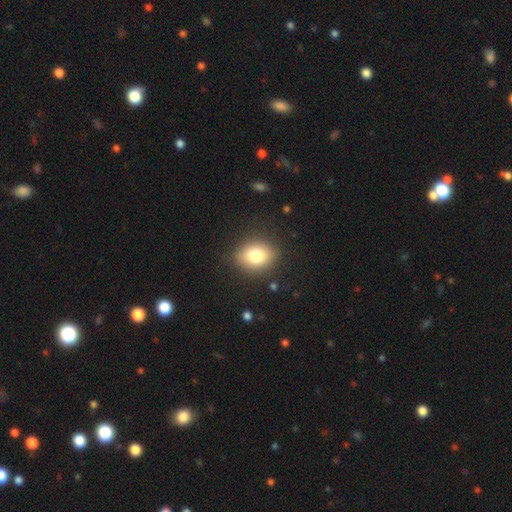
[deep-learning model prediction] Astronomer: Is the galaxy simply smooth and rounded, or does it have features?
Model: smooth — 79%.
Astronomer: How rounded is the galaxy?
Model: in between — 50% (runner-up: round, 49%).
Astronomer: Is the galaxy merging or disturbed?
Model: none — 86%.